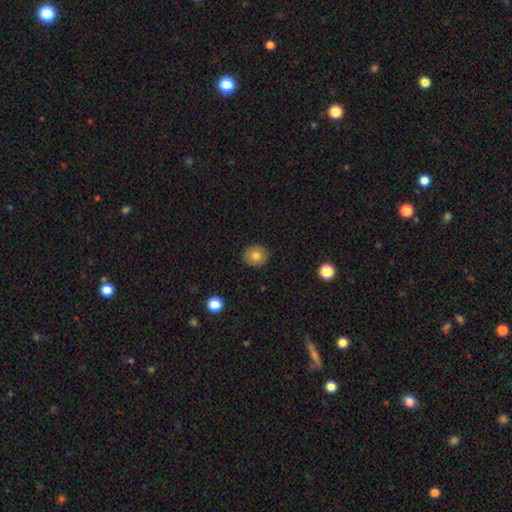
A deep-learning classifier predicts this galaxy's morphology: This is likely a smooth galaxy (78%). How rounded: clearly round (80%). Merging: clearly none (90%).